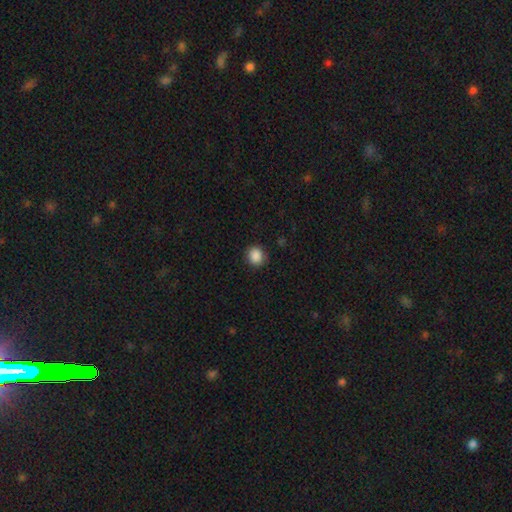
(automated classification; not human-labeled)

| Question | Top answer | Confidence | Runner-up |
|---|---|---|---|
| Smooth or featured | smooth | 88% | star or artifact (10%) |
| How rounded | round | 83% | in between (16%) |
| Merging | none | 88% | minor disturbance (8%) |